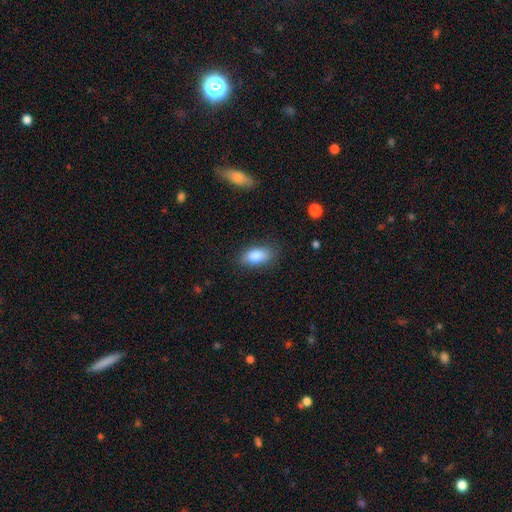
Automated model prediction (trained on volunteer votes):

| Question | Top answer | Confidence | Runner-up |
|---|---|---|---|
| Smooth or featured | smooth | 84% | featured or disk (9%) |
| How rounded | in between | 87% | cigar-shaped (7%) |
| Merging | none | 80% | minor disturbance (15%) |